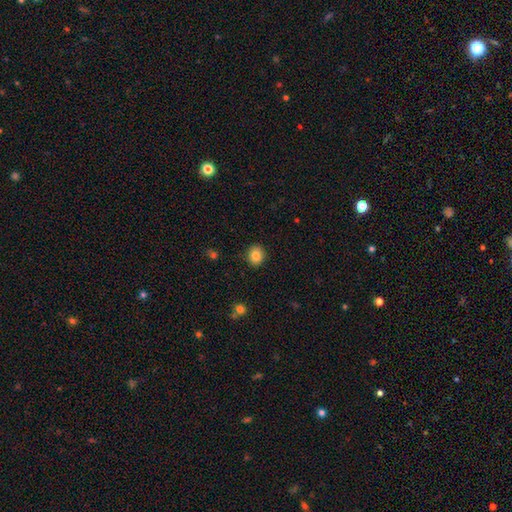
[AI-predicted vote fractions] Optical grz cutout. It shows a smooth galaxy with no disk features (84%) that is round (73%). Merging: none (90%).